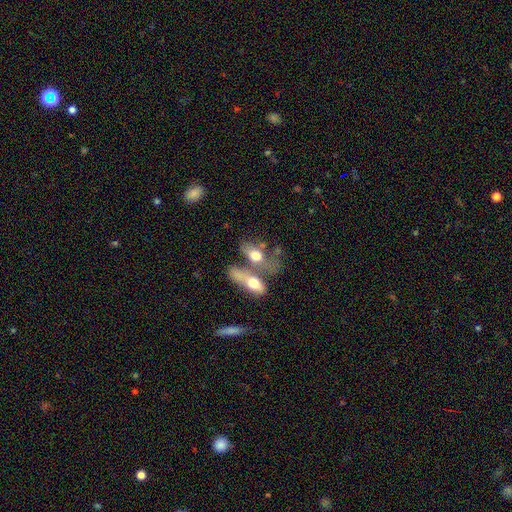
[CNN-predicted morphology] Smooth or featured? smooth (62%)
How rounded? in between (76%)
Merging? merger (57%)